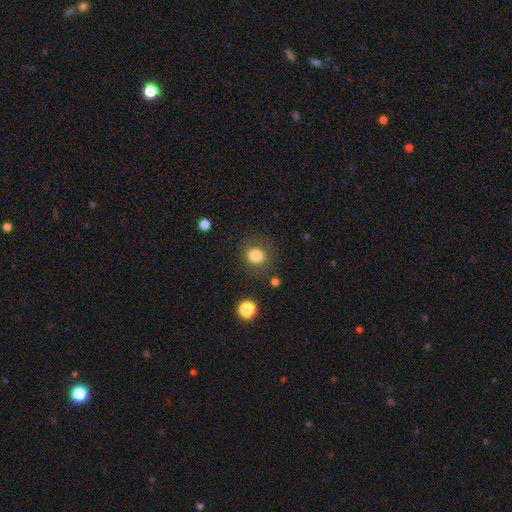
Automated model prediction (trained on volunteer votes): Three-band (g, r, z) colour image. It shows a smooth galaxy with no disk features (81%) that is round (79%). Merging: none (81%).